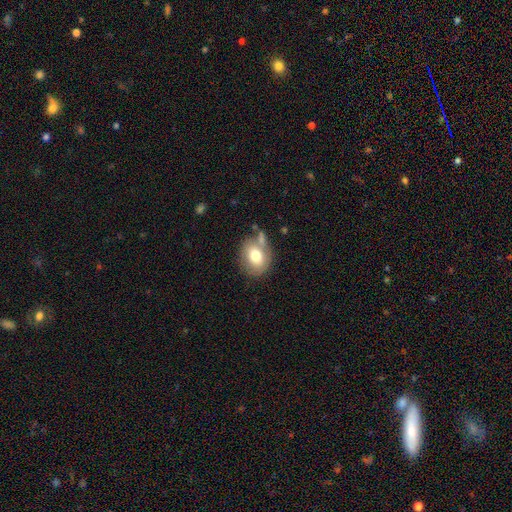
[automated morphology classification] Q: Smooth or featured?
A: smooth (74%); runner-up: featured or disk (17%)
Q: How rounded?
A: round (55%); runner-up: in between (44%)
Q: Merging?
A: none (61%); runner-up: minor disturbance (19%)